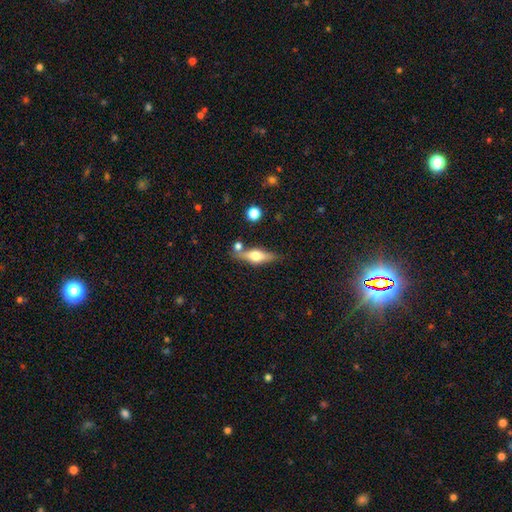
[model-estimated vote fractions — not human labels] Smooth or featured? featured or disk (51%)
Edge-on disk? yes (91%)
Merging? none (72%)